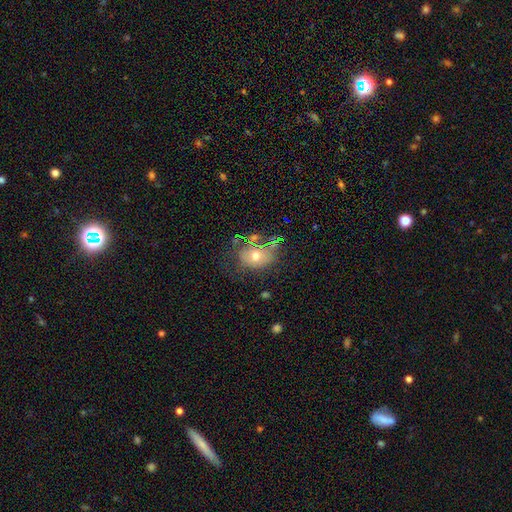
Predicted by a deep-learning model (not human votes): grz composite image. It shows a smooth galaxy with no disk features (58%) that is in between round and cigar-shaped (54%). Merging: none (53%).